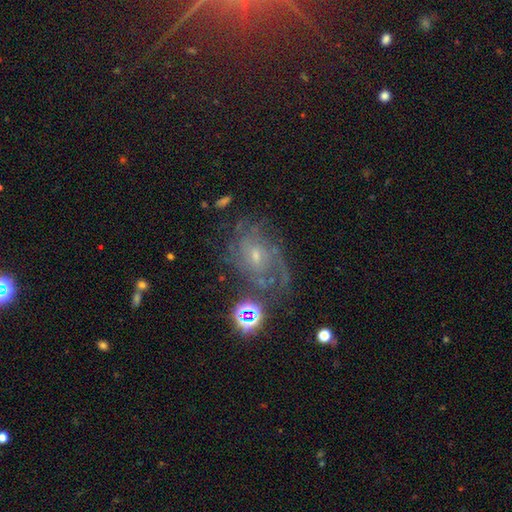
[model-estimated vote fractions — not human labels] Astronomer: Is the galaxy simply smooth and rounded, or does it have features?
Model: featured or disk — 68%.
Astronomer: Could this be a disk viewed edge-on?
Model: no — 96%.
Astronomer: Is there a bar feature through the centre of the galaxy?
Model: no — 62%.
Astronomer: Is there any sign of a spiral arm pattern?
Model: yes — 87%.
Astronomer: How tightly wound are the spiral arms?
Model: tight — 50% (runner-up: medium, 37%).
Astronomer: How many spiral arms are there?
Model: can't tell — 50%.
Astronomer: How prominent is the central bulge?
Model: small — 67%.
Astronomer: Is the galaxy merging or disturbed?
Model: none — 59%.